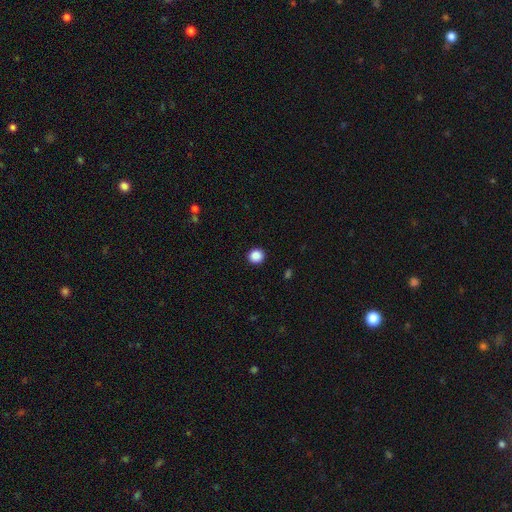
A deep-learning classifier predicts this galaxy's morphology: Smooth or featured? smooth (88%)
How rounded? round (93%)
Merging? none (93%)